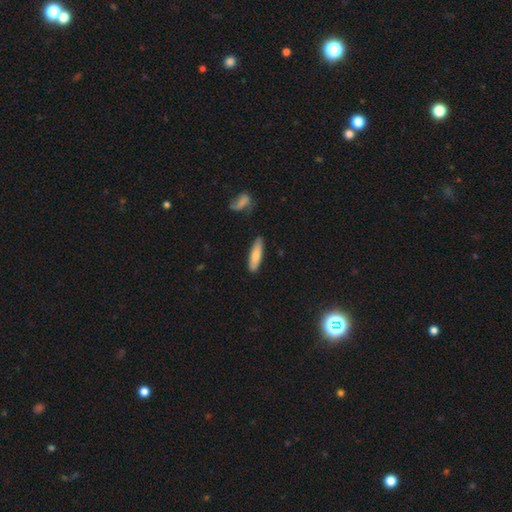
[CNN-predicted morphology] Smooth or featured? Predicted: smooth (p=0.77). How rounded? Predicted: cigar-shaped (p=0.67). Merging? Predicted: none (p=0.83).